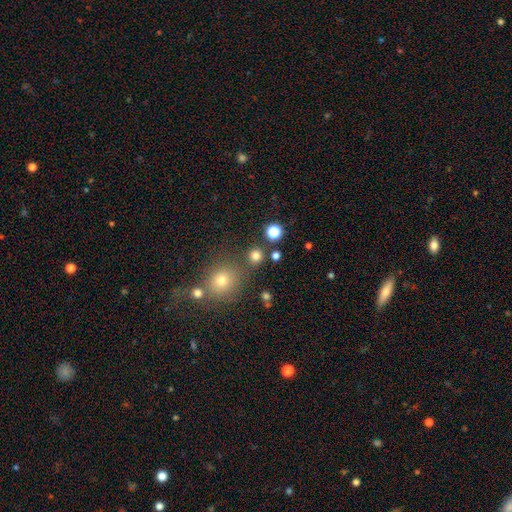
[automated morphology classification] Smooth or featured? Predicted: smooth (p=0.77). How rounded? Predicted: round (p=0.91). Merging? Predicted: none (p=0.79).